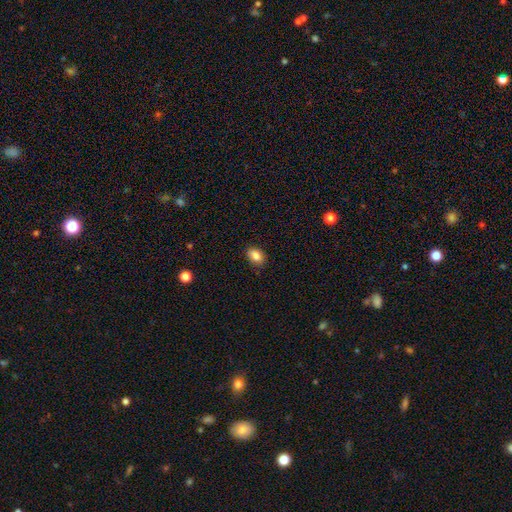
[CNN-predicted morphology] type=smooth (86%); roundness=in between (78%); merging=none (83%).